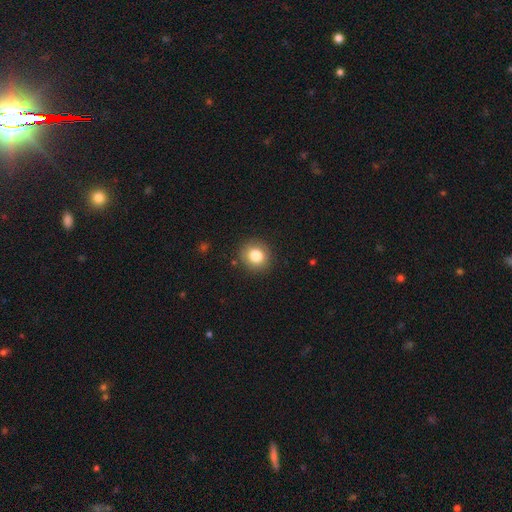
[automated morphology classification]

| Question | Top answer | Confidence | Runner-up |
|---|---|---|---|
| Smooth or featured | smooth | 83% | star or artifact (10%) |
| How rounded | round | 87% | in between (12%) |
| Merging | none | 88% | minor disturbance (8%) |